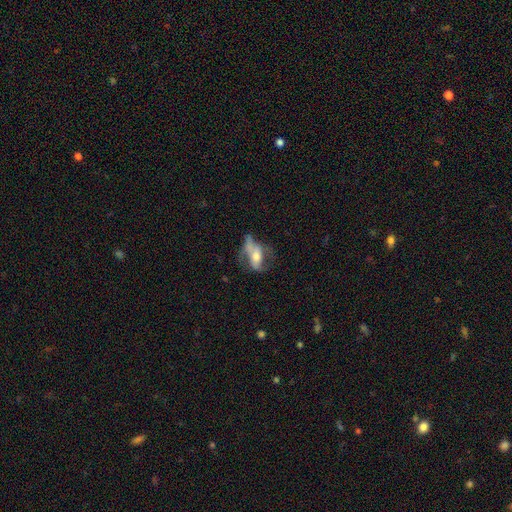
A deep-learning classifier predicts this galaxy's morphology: A featured or disk galaxy (52%).

Vote fractions:
- Smooth or featured? featured or disk: 52% / smooth: 39% / star or artifact: 9%
- Edge-on disk? no: 79% / yes: 21%
- Merging? major disturbance: 39% / none: 28% / minor disturbance: 22% / merger: 10%